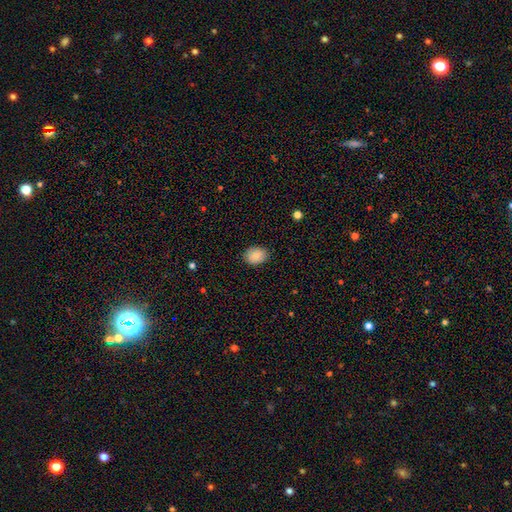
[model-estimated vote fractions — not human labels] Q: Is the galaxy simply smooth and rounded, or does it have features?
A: smooth — 87%.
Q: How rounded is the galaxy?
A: in between — 61%.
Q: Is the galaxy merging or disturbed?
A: none — 88%.